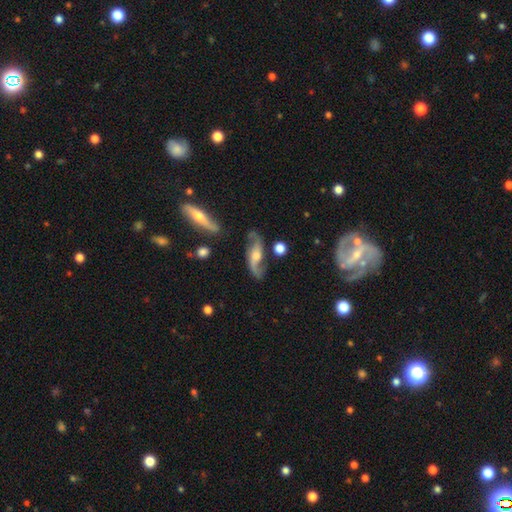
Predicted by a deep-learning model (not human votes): Smooth or featured?
  - featured or disk: 84% *
  - smooth: 10%
  - star or artifact: 5%
Edge-on disk?
  - no: 90% *
  - yes: 10%
Bar?
  - no: 50% *
  - weak: 38%
  - strong: 12%
Spiral arms?
  - yes: 96% *
  - no: 4%
Spiral winding?
  - loose: 75% *
  - medium: 20%
  - tight: 5%
Spiral arm count?
  - 2: 92% *
  - 1: 3%
  - can't tell: 3%
  - 3: 1%
  - 4: 1%
  - more than 4: 1%
Bulge size?
  - moderate: 50% *
  - small: 27%
  - large: 13%
  - none: 8%
  - dominant: 2%
Merging?
  - none: 71% *
  - minor disturbance: 16%
  - major disturbance: 8%
  - merger: 5%